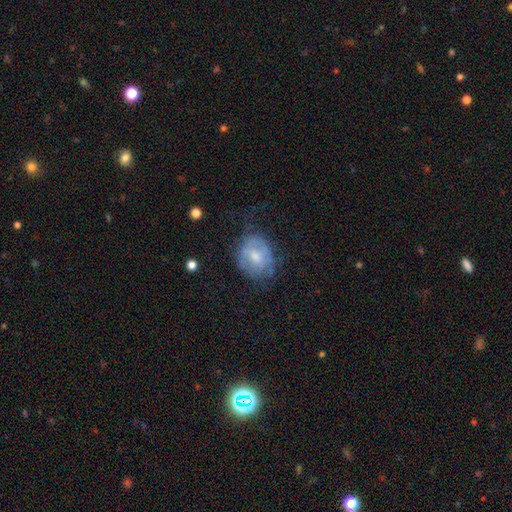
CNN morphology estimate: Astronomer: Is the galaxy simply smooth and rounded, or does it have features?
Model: featured or disk — 46%, tied with smooth at 46%.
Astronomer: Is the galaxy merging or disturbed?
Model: none — 49% (runner-up: minor disturbance, 29%).